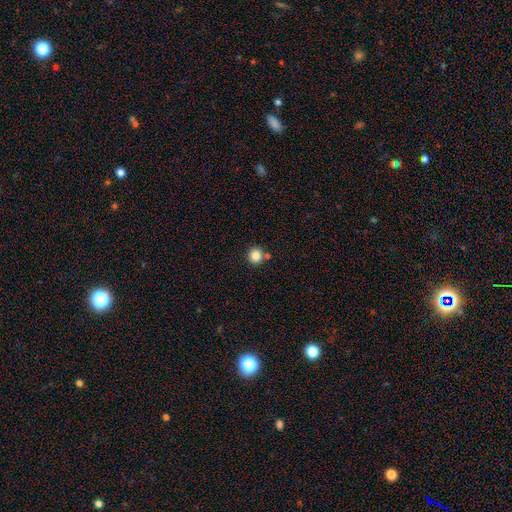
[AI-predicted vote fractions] A smooth galaxy with no disk features (84%) that is round (93%).

Vote fractions:
- Smooth or featured? smooth: 84% / star or artifact: 11% / featured or disk: 5%
- How rounded? round: 93% / in between: 6% / cigar-shaped: 1%
- Merging? none: 79% / merger: 11% / minor disturbance: 8% / major disturbance: 2%